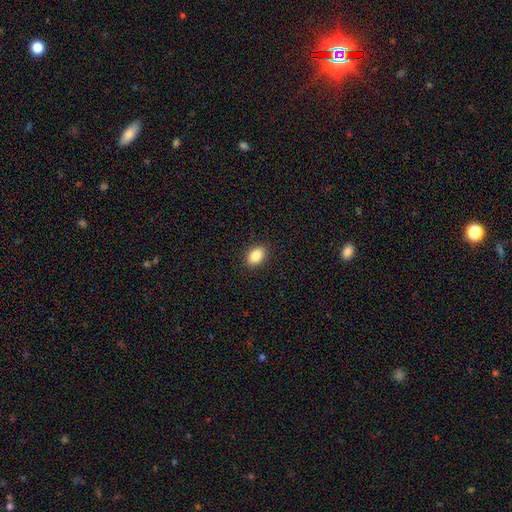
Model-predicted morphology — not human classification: smooth 86%, star or artifact 8%, featured or disk 6%. Down the decision tree: how rounded — in between (81%); merging — none (90%).